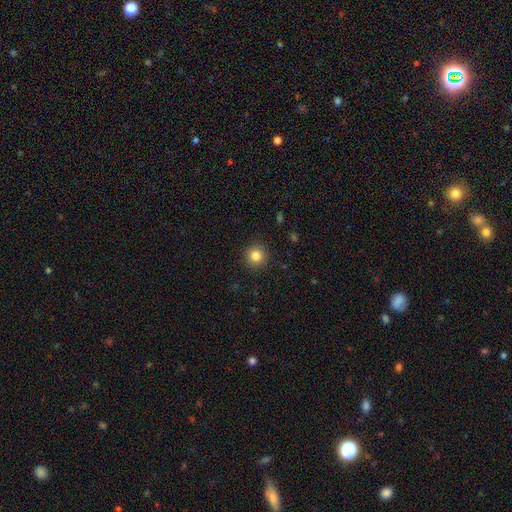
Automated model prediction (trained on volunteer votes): smooth 84%, star or artifact 11%, featured or disk 5%. Down the decision tree: how rounded — round (94%); merging — none (91%).